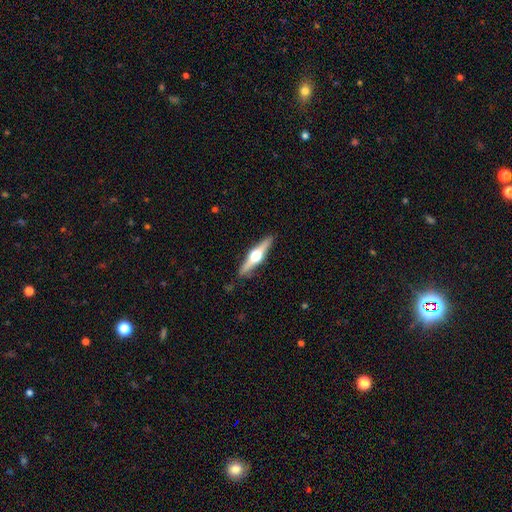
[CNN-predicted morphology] The model was most divided on "smooth or featured": featured or disk: 73%, smooth: 22%, star or artifact: 5%. More confident: edge-on disk — yes (98%); edge-on bulge — rounded (96%); merging — none (90%).